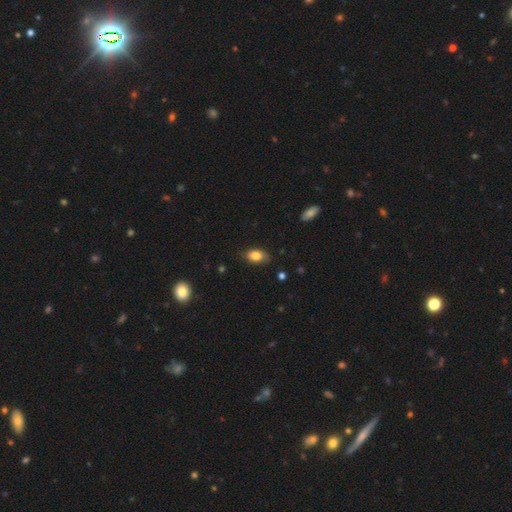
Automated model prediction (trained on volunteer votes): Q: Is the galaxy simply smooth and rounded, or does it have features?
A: smooth — 84%.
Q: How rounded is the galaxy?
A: in between — 87%.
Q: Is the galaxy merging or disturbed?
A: none — 78%.